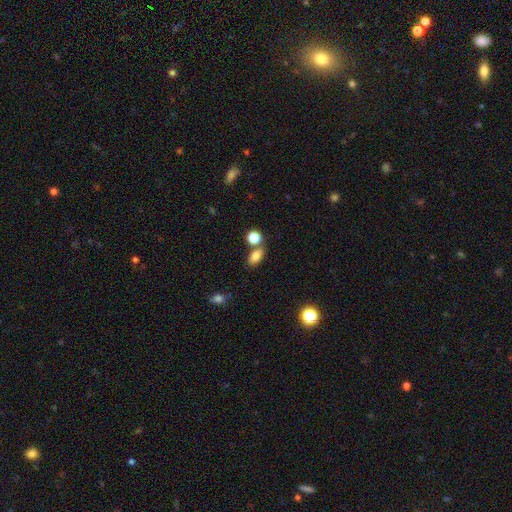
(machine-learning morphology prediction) smooth_or_featured: smooth (p=0.82) [alt: star or artifact p=0.11]
how_rounded: in between (p=0.83) [alt: round p=0.14]
merging: none (p=0.64) [alt: merger p=0.20]